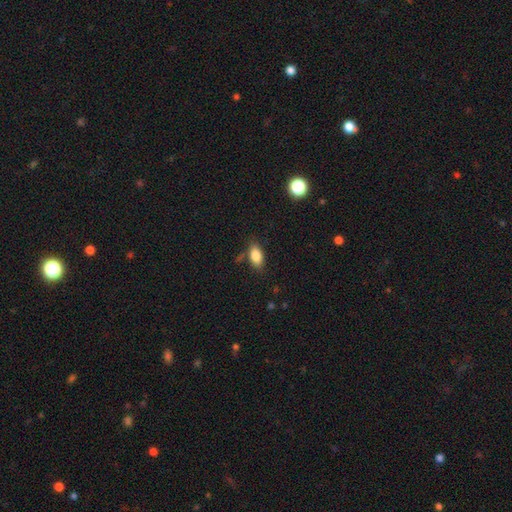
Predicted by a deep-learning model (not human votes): Smooth or featured? smooth (84%)
How rounded? in between (88%)
Merging? none (75%)